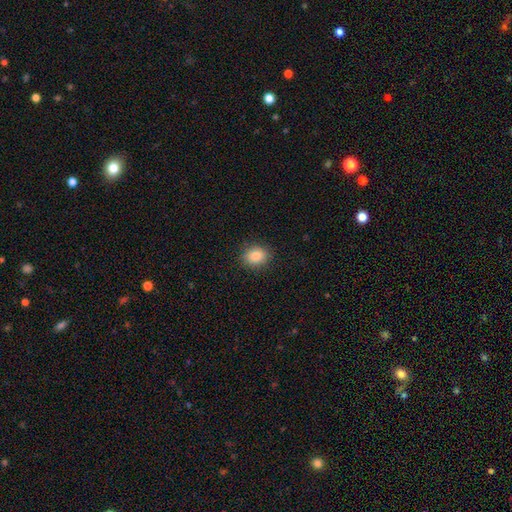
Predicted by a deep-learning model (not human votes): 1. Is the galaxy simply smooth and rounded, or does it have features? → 86% smooth, 9% star or artifact, 5% featured or disk.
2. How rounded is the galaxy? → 51% round, 48% in between, 1% cigar-shaped.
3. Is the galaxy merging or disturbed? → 88% none, 9% minor disturbance, 2% major disturbance, 1% merger.